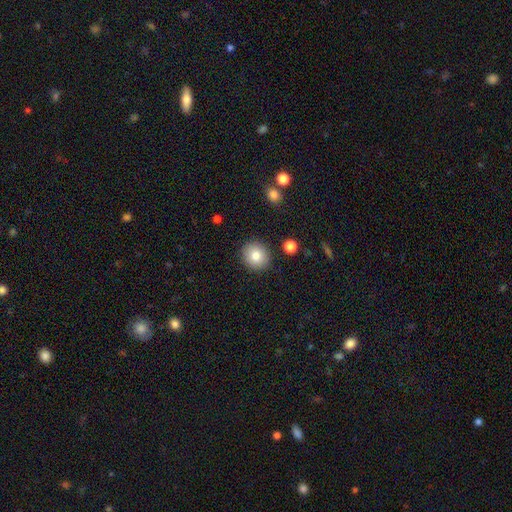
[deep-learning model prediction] Morphology: type=smooth (81%); roundness=round (85%); merging=none (89%).